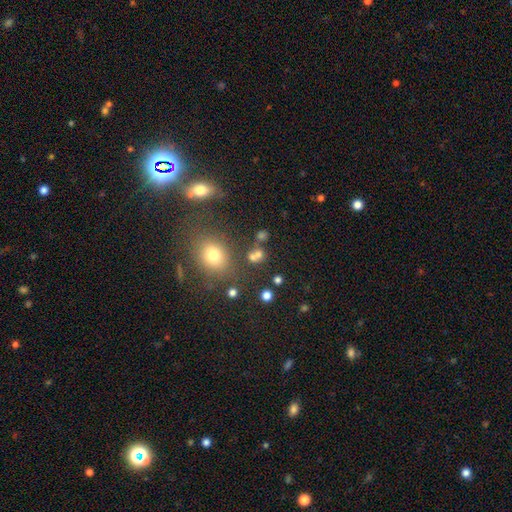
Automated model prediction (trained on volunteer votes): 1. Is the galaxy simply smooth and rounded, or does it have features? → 68% smooth, 21% star or artifact, 11% featured or disk.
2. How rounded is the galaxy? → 75% round, 24% in between, 2% cigar-shaped.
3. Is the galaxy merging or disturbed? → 58% none, 26% merger, 10% minor disturbance, 6% major disturbance.